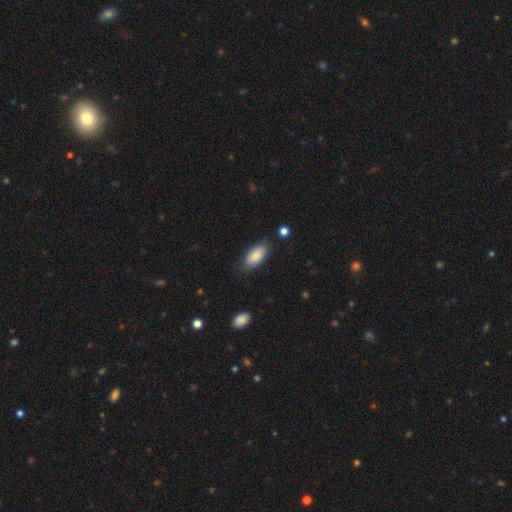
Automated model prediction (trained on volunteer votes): Smooth or featured? smooth (87%)
How rounded? in between (91%)
Merging? none (76%)